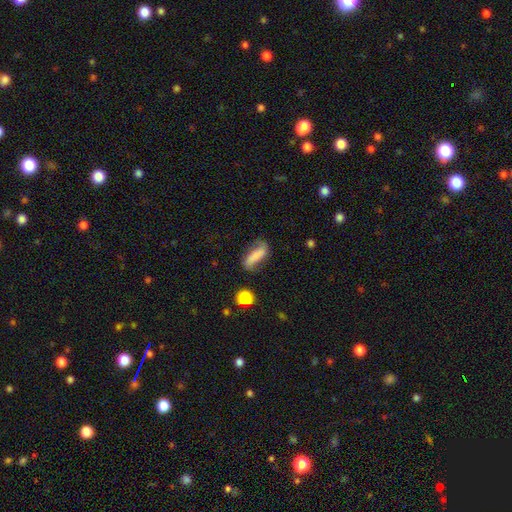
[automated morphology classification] smooth_or_featured: smooth (p=0.62) [alt: featured or disk p=0.29]
how_rounded: in between (p=0.59) [alt: cigar-shaped p=0.37]
merging: none (p=0.59) [alt: minor disturbance p=0.25]